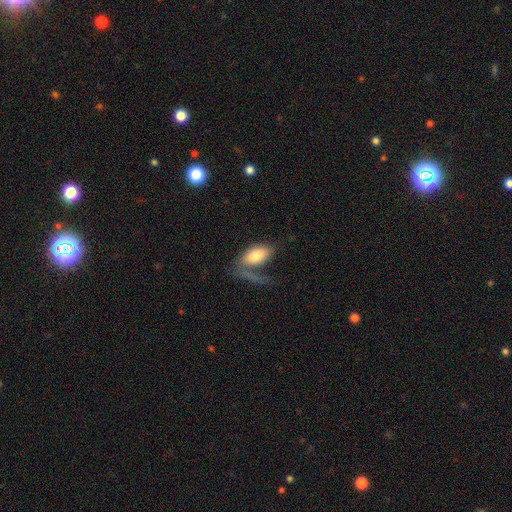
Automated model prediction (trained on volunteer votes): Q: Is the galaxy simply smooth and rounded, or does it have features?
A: smooth — 70%.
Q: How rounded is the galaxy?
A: in between — 92%.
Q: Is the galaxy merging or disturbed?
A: major disturbance — 38%.